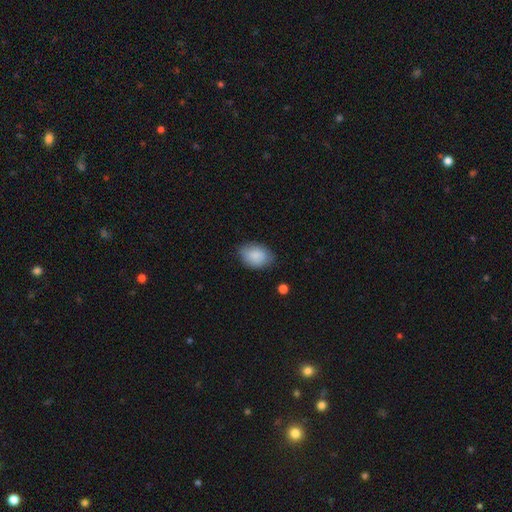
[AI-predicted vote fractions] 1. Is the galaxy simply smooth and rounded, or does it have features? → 88% smooth, 6% star or artifact, 6% featured or disk.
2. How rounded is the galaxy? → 85% in between, 14% round, 1% cigar-shaped.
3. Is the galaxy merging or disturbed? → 78% none, 18% minor disturbance, 3% major disturbance, 1% merger.